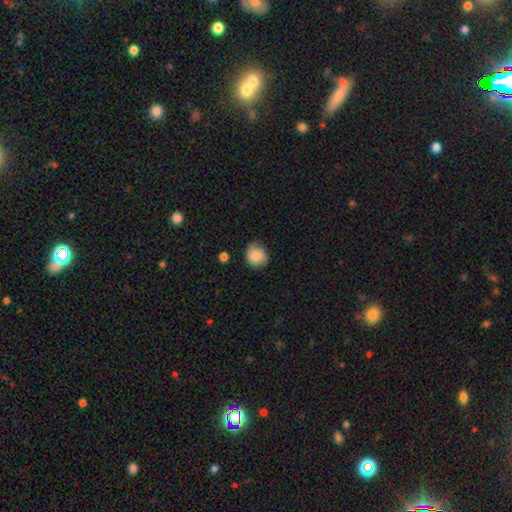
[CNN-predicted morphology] A smooth galaxy with no disk features (79%) that is round (76%). Merging: none (66%).